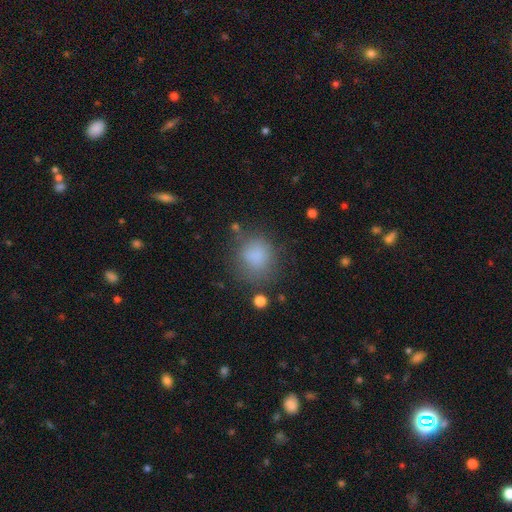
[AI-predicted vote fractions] This is likely a smooth galaxy (80%). How rounded: likely round (76%). Merging: likely none (64%).